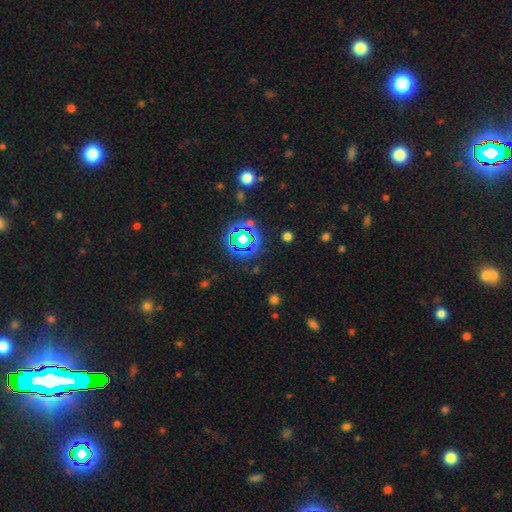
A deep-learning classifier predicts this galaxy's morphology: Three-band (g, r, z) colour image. It shows a star or artifact, not a galaxy (75%).